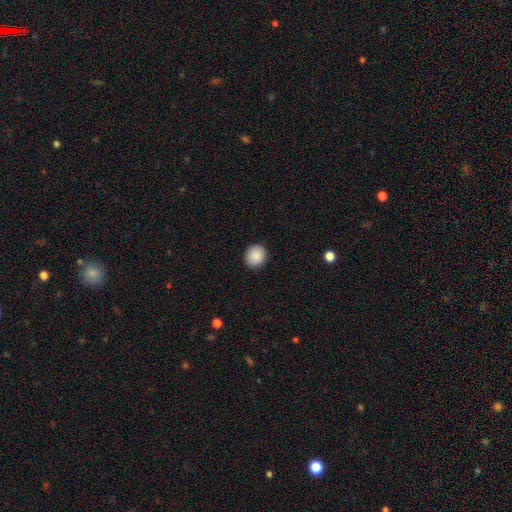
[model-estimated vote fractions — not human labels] smooth-or-featured: smooth: 89% | star or artifact: 8% | featured or disk: 3%
  how-rounded: round: 72% | in between: 28% | cigar-shaped: 1%
  merging: none: 90% | minor disturbance: 7% | major disturbance: 2% | merger: 1%